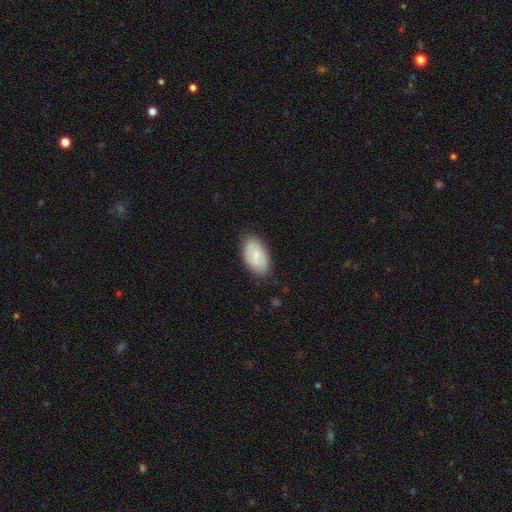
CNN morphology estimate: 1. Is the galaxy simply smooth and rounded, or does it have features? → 67% smooth, 27% featured or disk, 7% star or artifact.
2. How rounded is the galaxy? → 94% in between, 4% round, 2% cigar-shaped.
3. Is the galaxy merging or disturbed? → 80% none, 16% minor disturbance, 3% major disturbance, 1% merger.